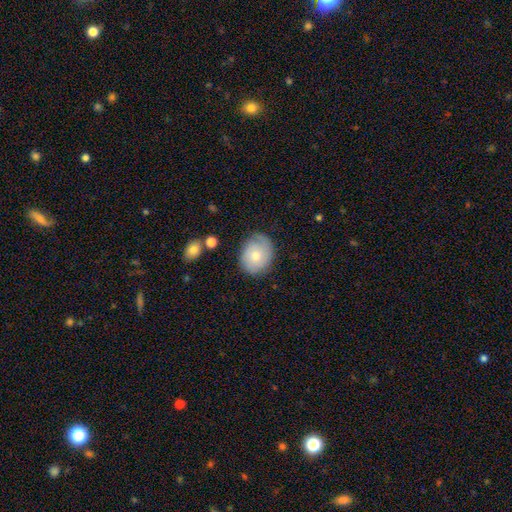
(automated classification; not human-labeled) Morphology: type=smooth (63%); roundness=round (51%); merging=none (68%).